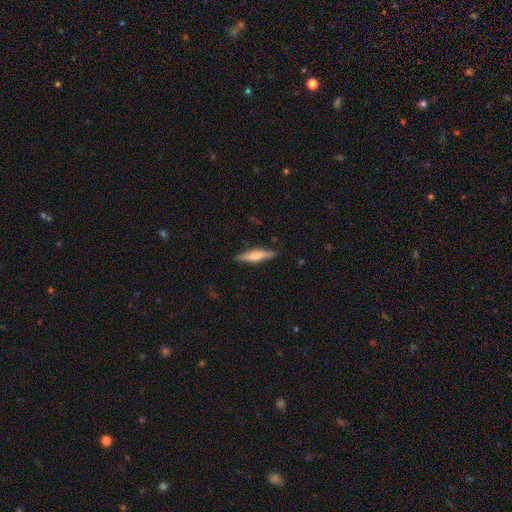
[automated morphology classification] This is possibly a smooth galaxy (51%). How rounded: likely cigar-shaped (79%). Merging: clearly none (88%).